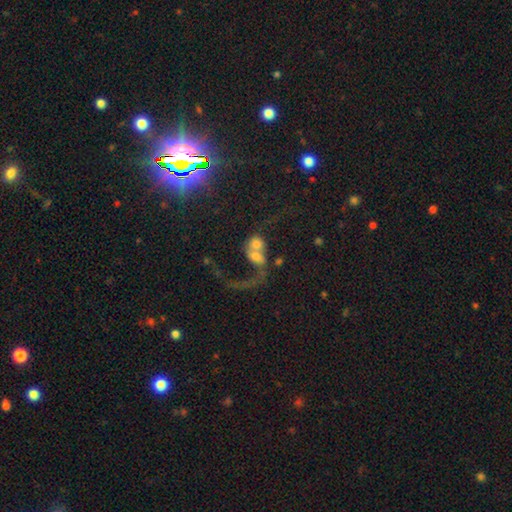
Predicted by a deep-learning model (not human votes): Overall: smooth (46%; featured or disk 42%). Merging: merger (75%).